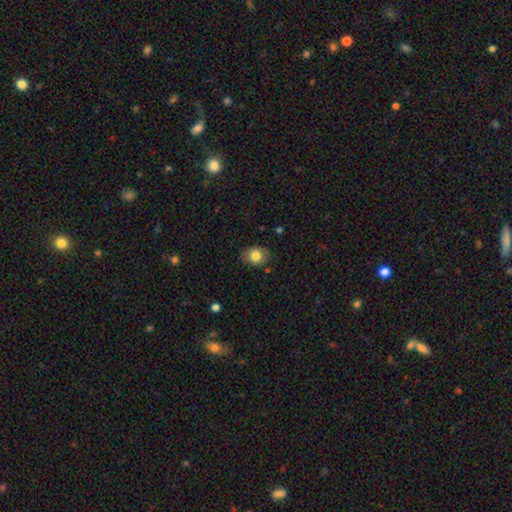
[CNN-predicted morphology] Q: Smooth or featured?
A: smooth (82%); runner-up: featured or disk (9%)
Q: How rounded?
A: in between (52%); runner-up: round (47%)
Q: Merging?
A: none (83%); runner-up: minor disturbance (13%)